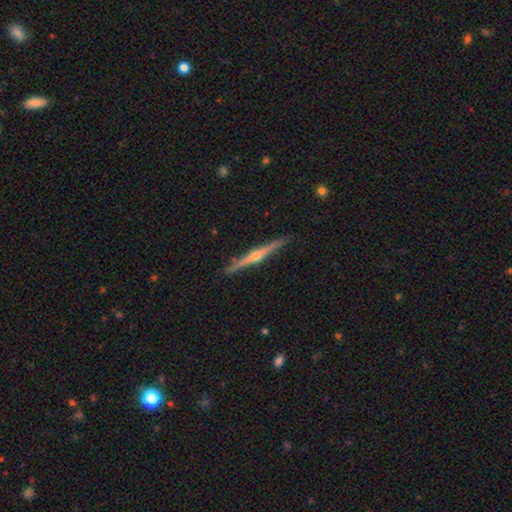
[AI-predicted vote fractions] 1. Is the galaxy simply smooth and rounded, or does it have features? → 79% featured or disk, 16% smooth, 6% star or artifact.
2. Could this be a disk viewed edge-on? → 98% yes, 2% no.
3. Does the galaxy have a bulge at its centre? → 87% rounded, 9% none, 3% boxy.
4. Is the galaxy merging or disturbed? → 91% none, 6% minor disturbance, 1% major disturbance, 1% merger.